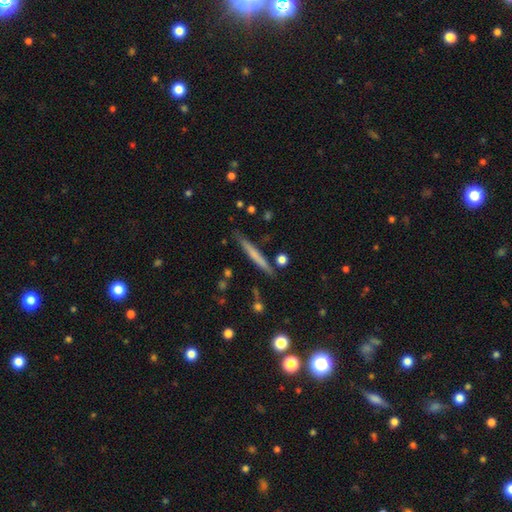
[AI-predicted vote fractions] smooth-or-featured: smooth: 55% | featured or disk: 38% | star or artifact: 6%
  how-rounded: cigar-shaped: 96% | in between: 3% | round: 2%
  merging: none: 86% | minor disturbance: 9% | merger: 3% | major disturbance: 2%